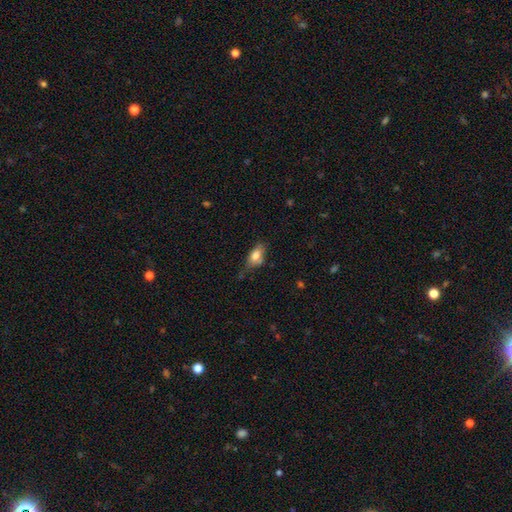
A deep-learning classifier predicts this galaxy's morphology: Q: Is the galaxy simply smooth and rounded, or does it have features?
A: smooth — 77%.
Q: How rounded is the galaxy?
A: in between — 85%.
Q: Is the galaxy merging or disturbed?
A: none — 56%.